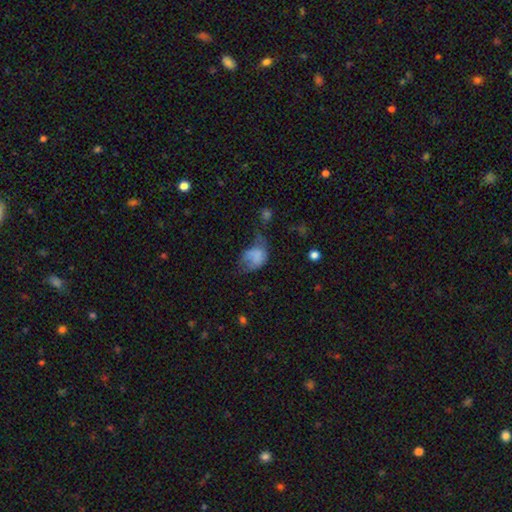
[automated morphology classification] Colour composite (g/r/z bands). It shows a smooth galaxy with no disk features (68%) that is in between round and cigar-shaped (75%). Merging: major disturbance (46%).